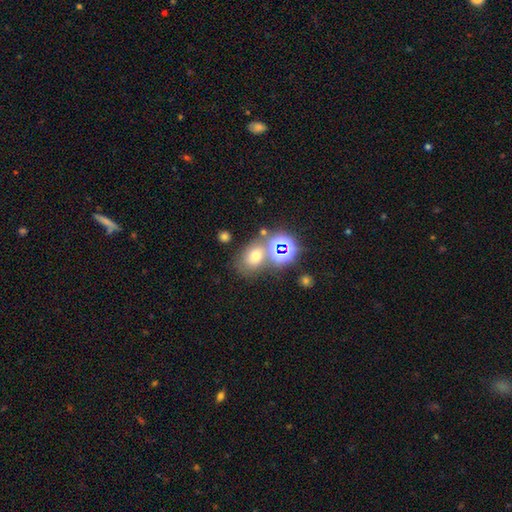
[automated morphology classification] This appears to be a smooth galaxy with no disk features (57%) that is in between round and cigar-shaped (57%). Merging: none (56%).